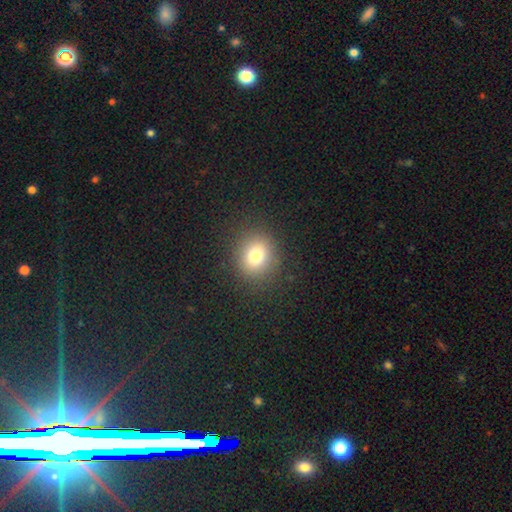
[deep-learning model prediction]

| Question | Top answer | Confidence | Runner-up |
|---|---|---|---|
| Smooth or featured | smooth | 76% | star or artifact (15%) |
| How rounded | round | 80% | in between (19%) |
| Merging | none | 88% | minor disturbance (7%) |